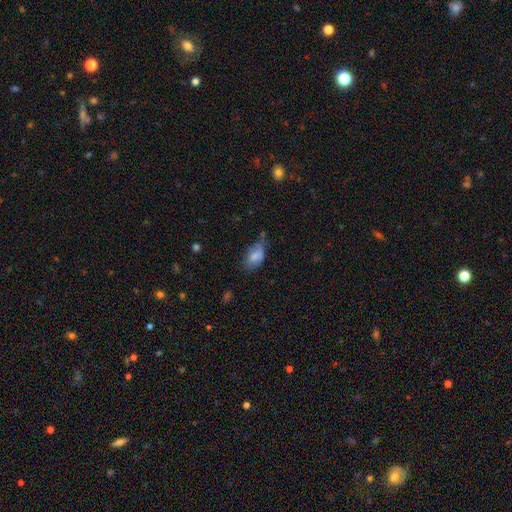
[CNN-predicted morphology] A smooth galaxy with no disk features (73%) that is in between round and cigar-shaped (90%).

Vote fractions:
- Smooth or featured? smooth: 73% / featured or disk: 18% / star or artifact: 9%
- How rounded? in between: 90% / round: 7% / cigar-shaped: 3%
- Merging? none: 41% / minor disturbance: 39% / major disturbance: 15% / merger: 5%